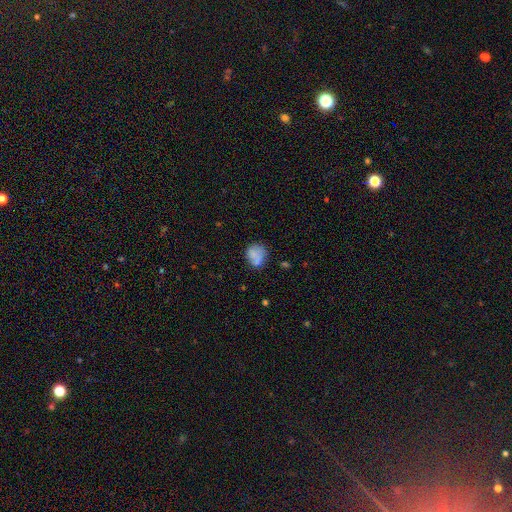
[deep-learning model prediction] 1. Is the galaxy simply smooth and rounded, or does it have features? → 72% smooth, 17% featured or disk, 11% star or artifact.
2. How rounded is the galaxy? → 65% round, 33% in between, 1% cigar-shaped.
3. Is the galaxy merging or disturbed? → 57% none, 23% minor disturbance, 10% major disturbance, 10% merger.